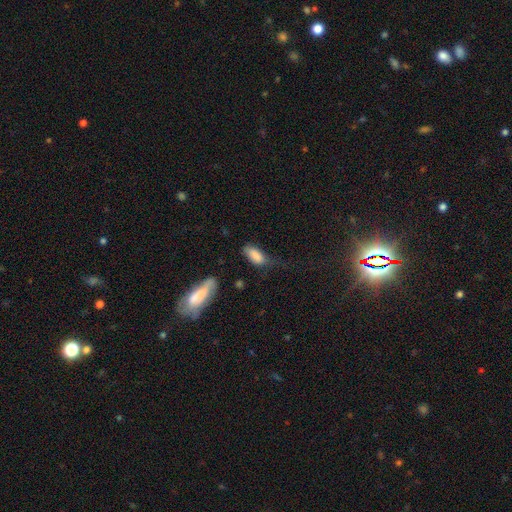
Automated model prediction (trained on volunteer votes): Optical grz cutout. It shows a smooth galaxy with no disk features (84%) that is in between round and cigar-shaped (88%). Merging: none (38%).